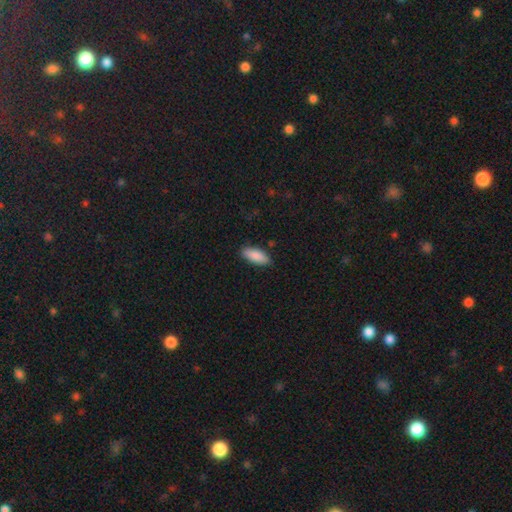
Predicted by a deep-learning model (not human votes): smooth 89%, star or artifact 6%, featured or disk 5%. Down the decision tree: how rounded — in between (80%); merging — none (86%).